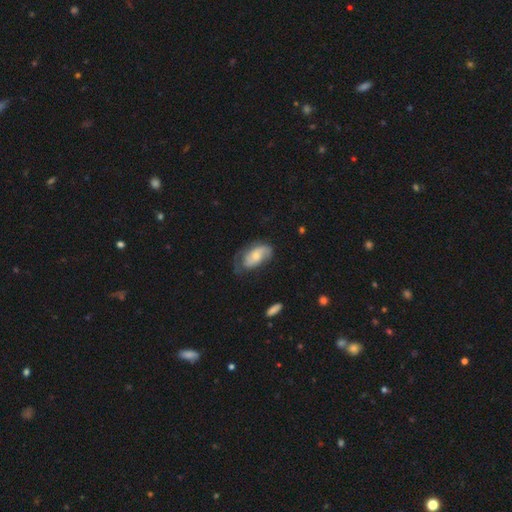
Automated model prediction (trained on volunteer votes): A featured or disk galaxy (56%) with no bar (66%), spiral arms (84%) and a moderate central bulge (44%).

Vote fractions:
- Smooth or featured? featured or disk: 56% / smooth: 37% / star or artifact: 6%
- Edge-on disk? no: 94% / yes: 6%
- Bar? no: 66% / weak: 28% / strong: 6%
- Spiral arms? yes: 84% / no: 16%
- Bulge size? moderate: 44% / small: 39% / large: 9% / none: 6% / dominant: 2%
- Merging? none: 47% / minor disturbance: 29% / major disturbance: 22% / merger: 2%